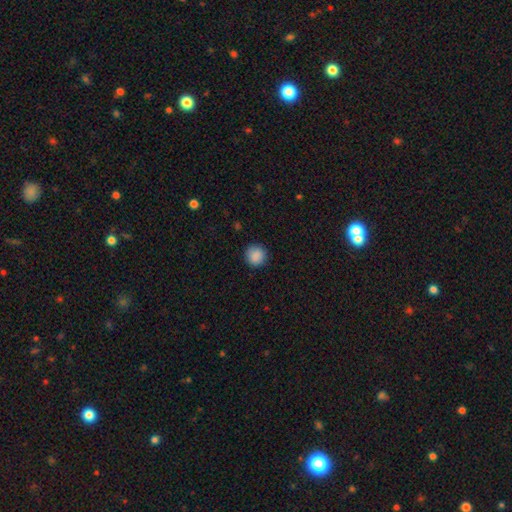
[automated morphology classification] Smooth or featured? Predicted: smooth (p=0.89). How rounded? Predicted: round (p=0.94). Merging? Predicted: none (p=0.91).